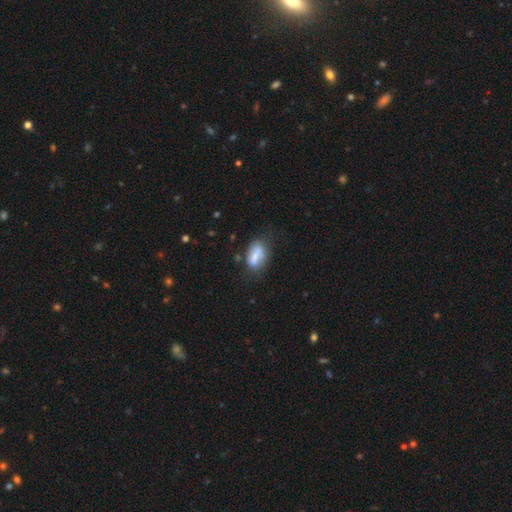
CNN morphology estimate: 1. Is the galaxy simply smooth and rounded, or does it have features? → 64% smooth, 27% featured or disk, 9% star or artifact.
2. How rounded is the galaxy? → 85% in between, 8% round, 7% cigar-shaped.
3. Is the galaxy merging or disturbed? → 49% none, 28% minor disturbance, 12% major disturbance, 11% merger.